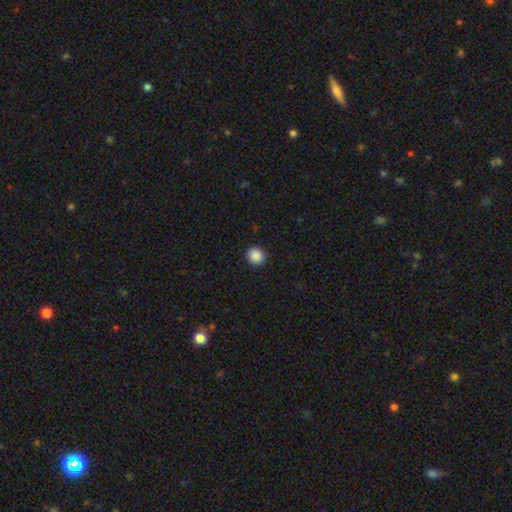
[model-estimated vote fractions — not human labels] smooth_or_featured: smooth (p=0.88) [alt: star or artifact p=0.09]
how_rounded: round (p=0.90) [alt: in between p=0.09]
merging: none (p=0.93) [alt: minor disturbance p=0.05]